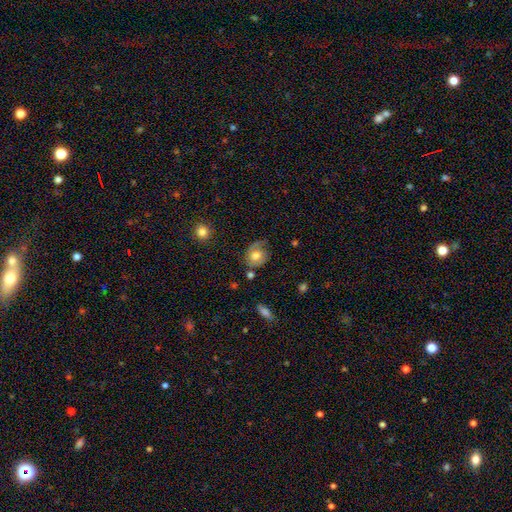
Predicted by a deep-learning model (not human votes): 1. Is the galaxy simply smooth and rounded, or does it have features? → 50% smooth, 42% featured or disk, 8% star or artifact.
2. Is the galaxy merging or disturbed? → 46% none, 29% minor disturbance, 20% major disturbance, 5% merger.